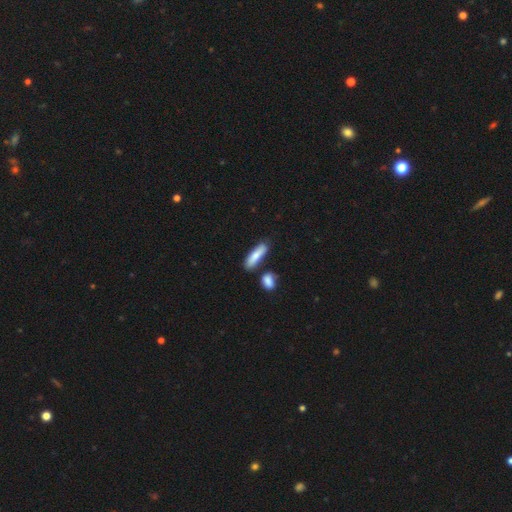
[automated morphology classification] Q: Smooth or featured?
A: smooth (76%); runner-up: featured or disk (18%)
Q: How rounded?
A: cigar-shaped (60%); runner-up: in between (38%)
Q: Merging?
A: none (74%); runner-up: minor disturbance (13%)